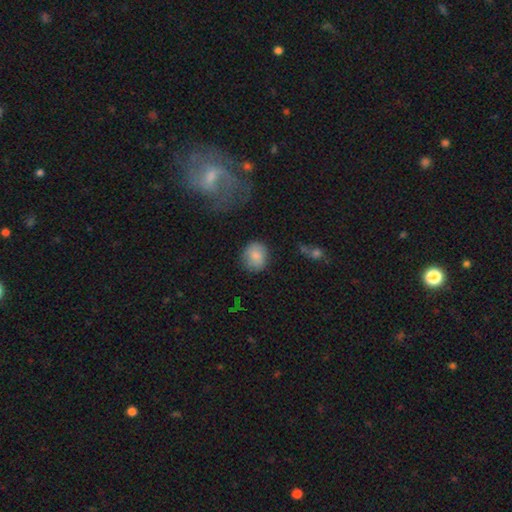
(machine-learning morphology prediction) Smooth or featured: smooth — 84% (featured or disk — 9%)
How rounded: round — 75% (in between — 24%)
Merging: none — 79% (minor disturbance — 15%)